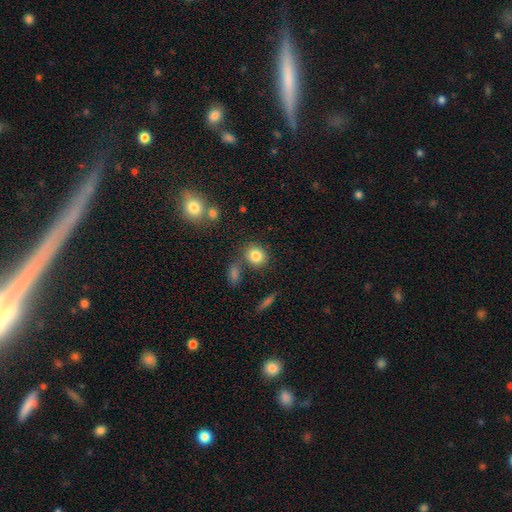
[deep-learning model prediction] Smooth or featured?
  - smooth: 83% *
  - star or artifact: 10%
  - featured or disk: 8%
How rounded?
  - round: 74% *
  - in between: 24%
  - cigar-shaped: 1%
Merging?
  - none: 72% *
  - merger: 12%
  - minor disturbance: 12%
  - major disturbance: 4%